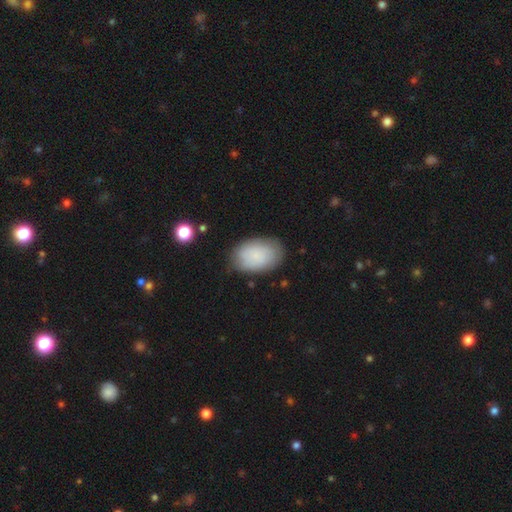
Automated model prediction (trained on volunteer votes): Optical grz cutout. It shows a smooth galaxy with no disk features (78%) that is in between round and cigar-shaped (89%). Merging: none (77%).